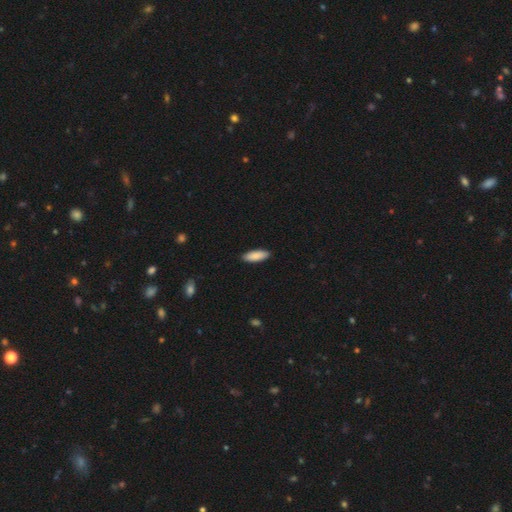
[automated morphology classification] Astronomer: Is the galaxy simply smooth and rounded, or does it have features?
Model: smooth — 88%.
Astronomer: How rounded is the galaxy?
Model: in between — 67%.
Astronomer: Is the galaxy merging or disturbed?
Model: none — 90%.